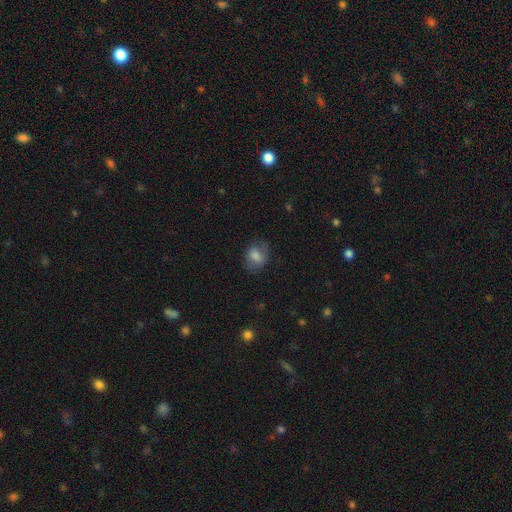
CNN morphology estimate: A smooth galaxy with no disk features (72%) that is in between round and cigar-shaped (60%).

Vote fractions:
- Smooth or featured? smooth: 72% / featured or disk: 19% / star or artifact: 9%
- How rounded? in between: 60% / round: 39% / cigar-shaped: 1%
- Merging? none: 66% / minor disturbance: 22% / major disturbance: 11% / merger: 1%